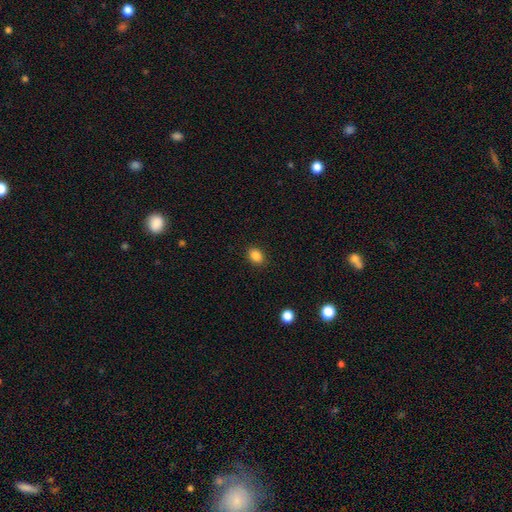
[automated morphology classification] type=smooth (86%); roundness=in between (66%); merging=none (89%).